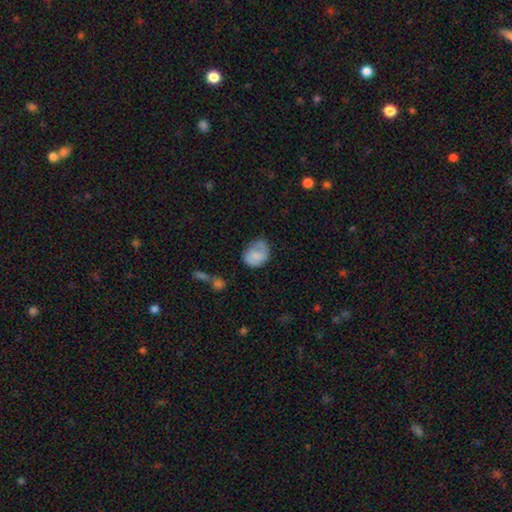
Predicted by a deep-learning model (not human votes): smooth-or-featured: smooth: 74% | featured or disk: 18% | star or artifact: 8%
  how-rounded: round: 55% | in between: 44% | cigar-shaped: 1%
  merging: none: 53% | minor disturbance: 32% | major disturbance: 12% | merger: 4%